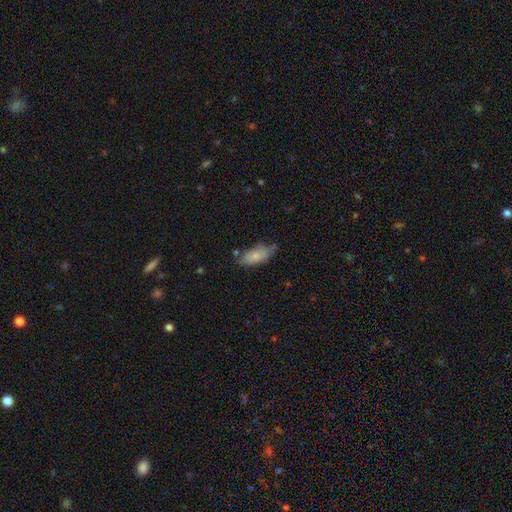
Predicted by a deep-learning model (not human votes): smooth_or_featured: smooth (p=0.74) [alt: featured or disk p=0.19]
how_rounded: in between (p=0.84) [alt: cigar-shaped p=0.13]
merging: none (p=0.61) [alt: minor disturbance p=0.28]